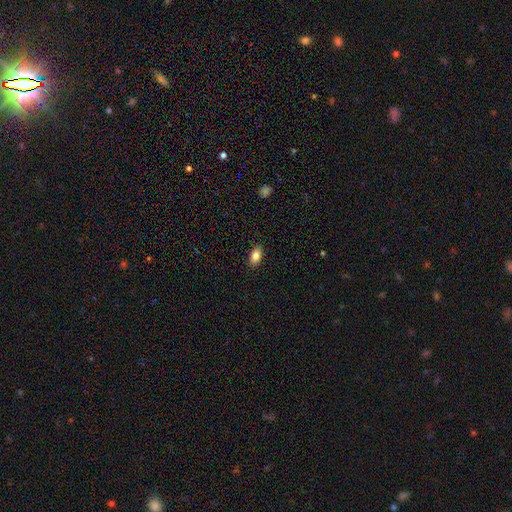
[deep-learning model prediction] Smooth or featured? smooth (84%)
How rounded? in between (90%)
Merging? none (88%)